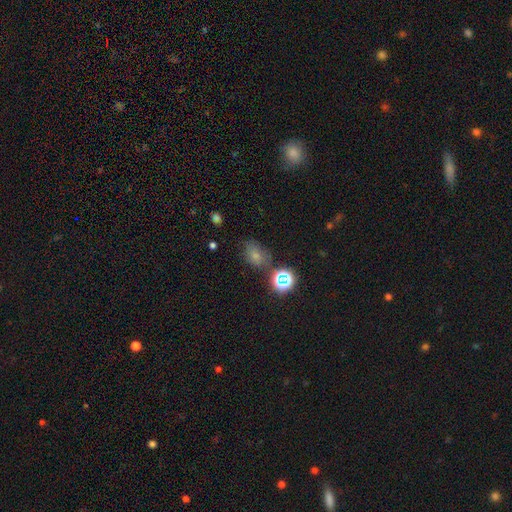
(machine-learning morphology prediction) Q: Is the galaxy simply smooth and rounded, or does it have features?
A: smooth — 66%.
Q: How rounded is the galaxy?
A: in between — 69%.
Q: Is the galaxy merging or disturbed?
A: none — 57%.